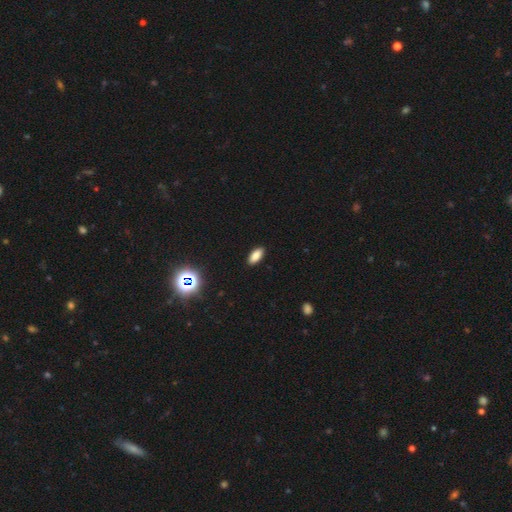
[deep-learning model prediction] Overall: smooth (83%). How rounded: in between (88%). Merging: none (90%).